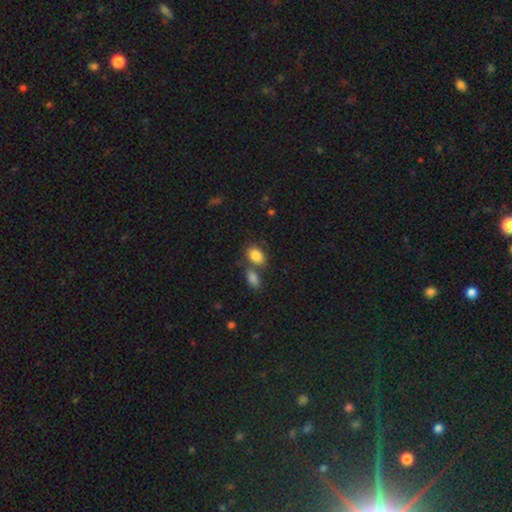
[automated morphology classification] A smooth galaxy with no disk features (86%) that is in between round and cigar-shaped (86%). Merging: none (49%).